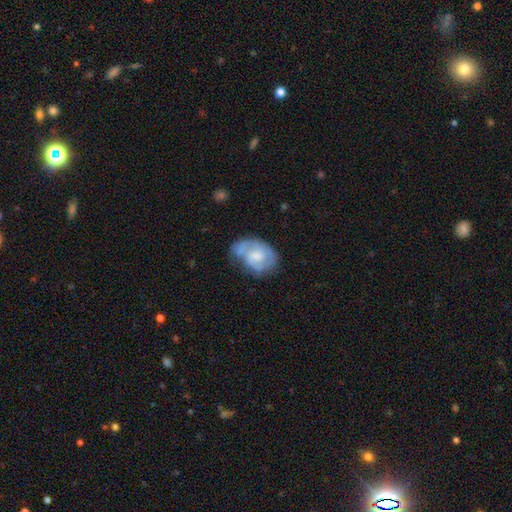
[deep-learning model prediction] This is possibly a featured or disk galaxy (60%). It is clearly not viewed edge-on (97%). Bar: possibly no (58%). Spiral arm pattern: likely yes (73%). Central bulge: possibly moderate (45%). Merging: marginally none (40%).